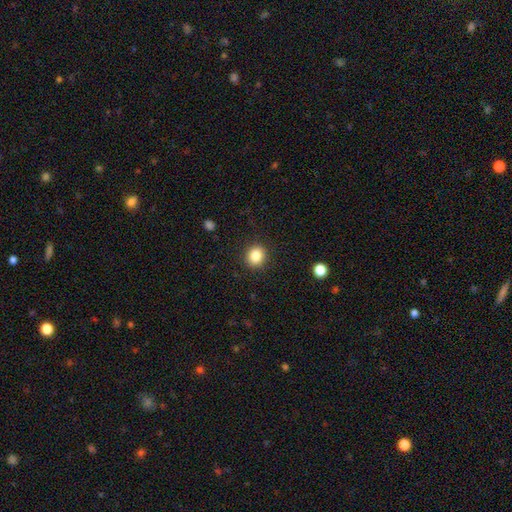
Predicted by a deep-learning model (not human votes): Smooth or featured?
  - smooth: 85% *
  - star or artifact: 11%
  - featured or disk: 5%
How rounded?
  - round: 80% *
  - in between: 19%
  - cigar-shaped: 1%
Merging?
  - none: 90% *
  - minor disturbance: 6%
  - major disturbance: 2%
  - merger: 1%